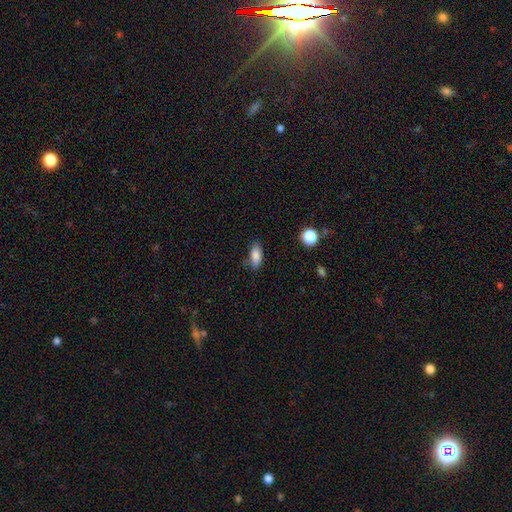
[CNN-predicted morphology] A smooth galaxy with no disk features (84%) that is in between round and cigar-shaped (81%). Merging: none (77%).